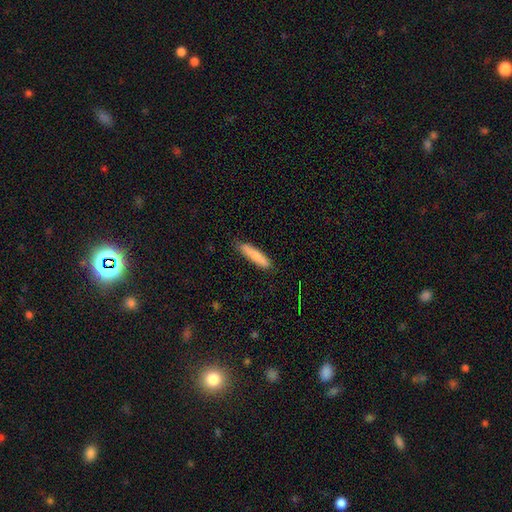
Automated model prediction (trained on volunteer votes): This is clearly a smooth galaxy (82%). How rounded: clearly cigar-shaped (87%). Merging: clearly none (86%).